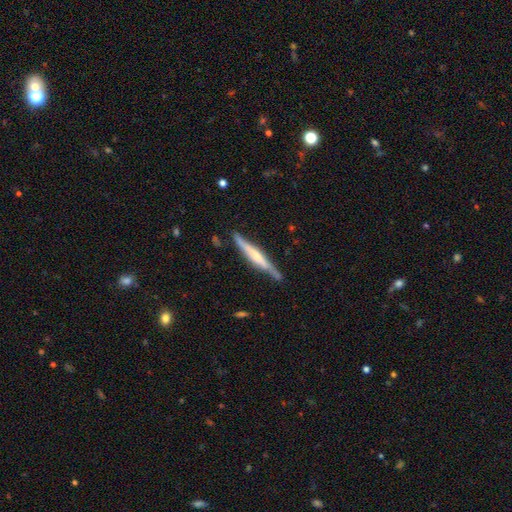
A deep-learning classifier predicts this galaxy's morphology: Smooth or featured?
  - featured or disk: 65% *
  - smooth: 30%
  - star or artifact: 5%
Edge-on disk?
  - yes: 96% *
  - no: 4%
Edge-on bulge?
  - rounded: 49% *
  - none: 26%
  - boxy: 25%
Merging?
  - none: 82% *
  - minor disturbance: 14%
  - major disturbance: 2%
  - merger: 2%